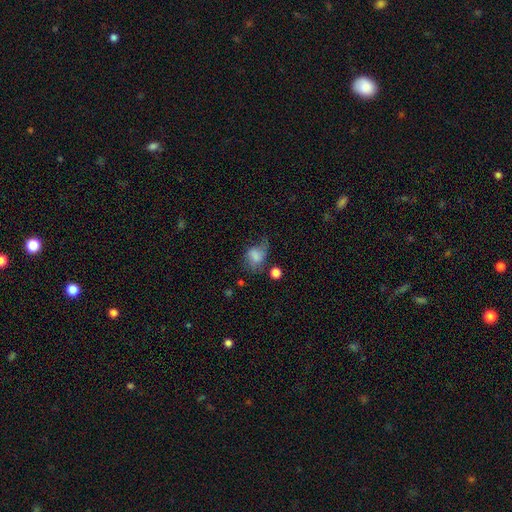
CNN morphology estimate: smooth_or_featured: smooth (p=0.67) [alt: featured or disk p=0.22]
how_rounded: in between (p=0.64) [alt: round p=0.34]
merging: major disturbance (p=0.33) [alt: none p=0.31]